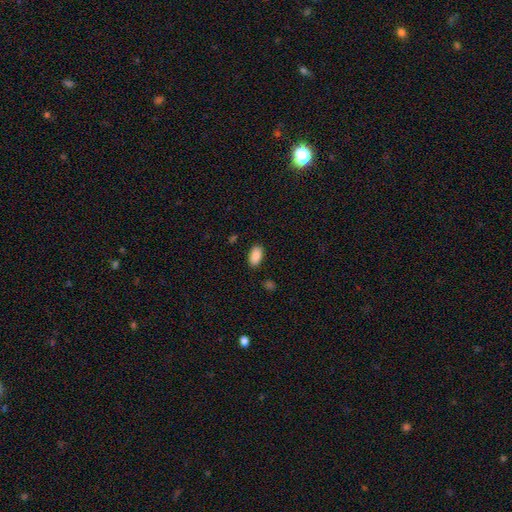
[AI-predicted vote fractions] smooth_or_featured: smooth (p=0.89) [alt: star or artifact p=0.07]
how_rounded: in between (p=0.94) [alt: round p=0.04]
merging: none (p=0.86) [alt: minor disturbance p=0.10]